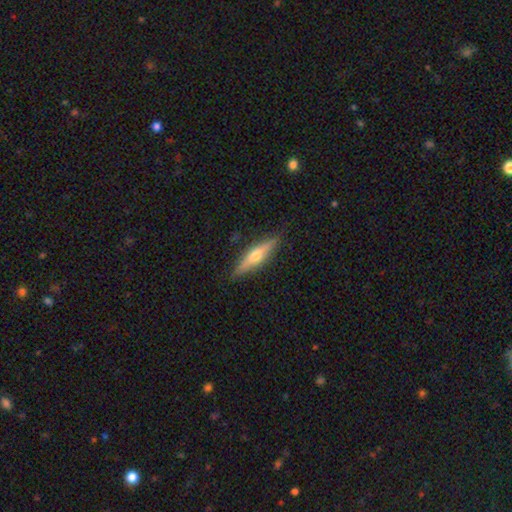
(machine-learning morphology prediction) Smooth or featured? Predicted: featured or disk (p=0.61). Edge-on disk? Predicted: yes (p=0.95). Edge-on bulge? Predicted: rounded (p=0.92). Merging? Predicted: none (p=0.87).